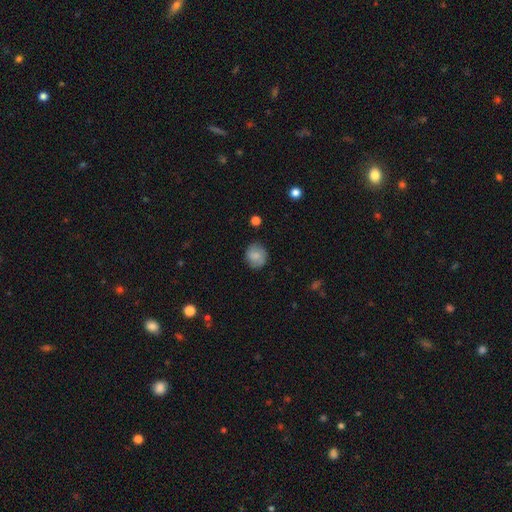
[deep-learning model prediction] Morphology: type=smooth (75%); roundness=round (80%); merging=none (79%).